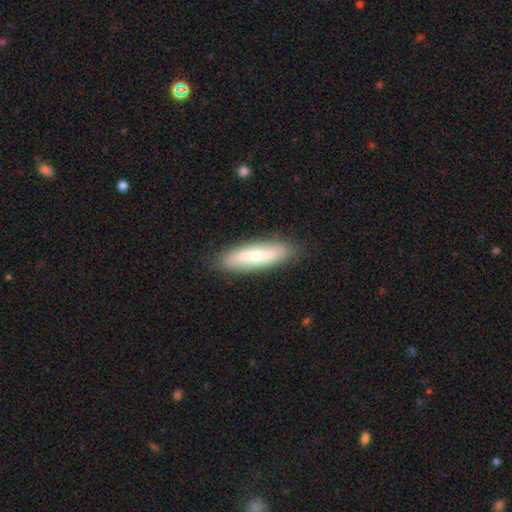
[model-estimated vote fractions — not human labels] A smooth galaxy with no disk features (59%) that is cigar-shaped (74%).

Vote fractions:
- Smooth or featured? smooth: 59% / featured or disk: 33% / star or artifact: 8%
- How rounded? cigar-shaped: 74% / in between: 24% / round: 2%
- Merging? none: 89% / minor disturbance: 9% / major disturbance: 2% / merger: 1%